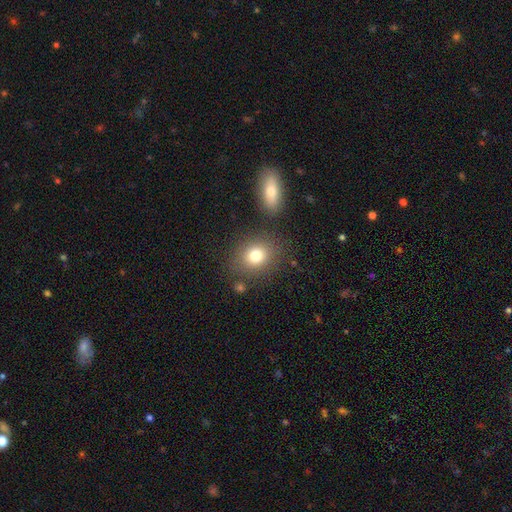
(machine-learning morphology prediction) A smooth galaxy with no disk features (79%) that is round (60%). Merging: none (78%).